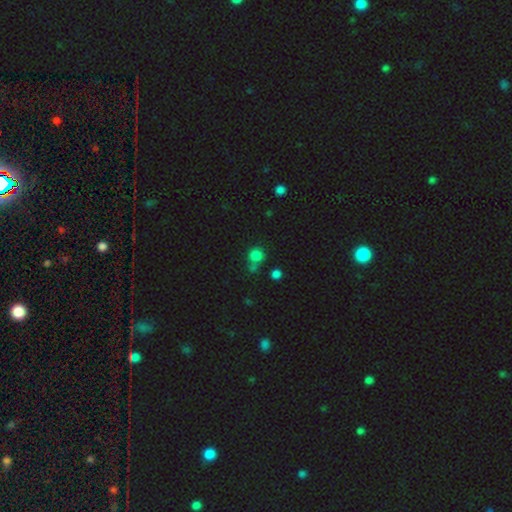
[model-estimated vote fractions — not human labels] smooth 79%, star or artifact 16%, featured or disk 5%. Down the decision tree: how rounded — round (88%); merging — none (62%).